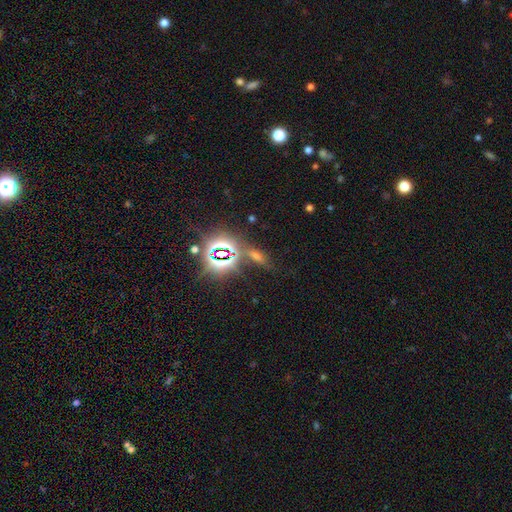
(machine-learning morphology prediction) Smooth or featured?
  - star or artifact: 58% *
  - smooth: 28%
  - featured or disk: 14%